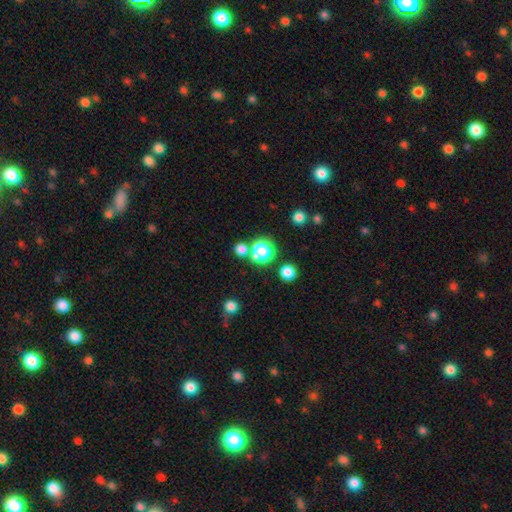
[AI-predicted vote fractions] This is possibly a smooth galaxy (56%). How rounded: clearly round (88%). Merging: likely none (74%).